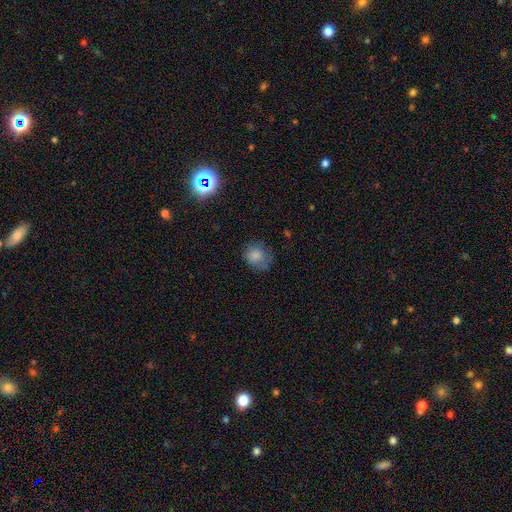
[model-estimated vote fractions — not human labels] smooth 80%, star or artifact 11%, featured or disk 9%. Down the decision tree: how rounded — round (70%); merging — none (65%).